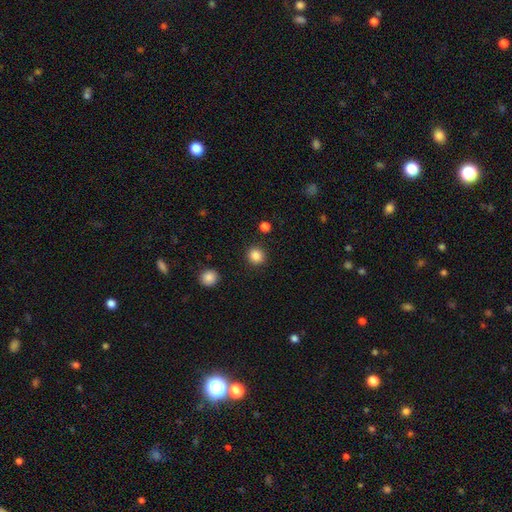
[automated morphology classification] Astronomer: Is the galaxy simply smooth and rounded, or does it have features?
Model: smooth — 86%.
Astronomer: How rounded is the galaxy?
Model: round — 92%.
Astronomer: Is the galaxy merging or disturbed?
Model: none — 91%.